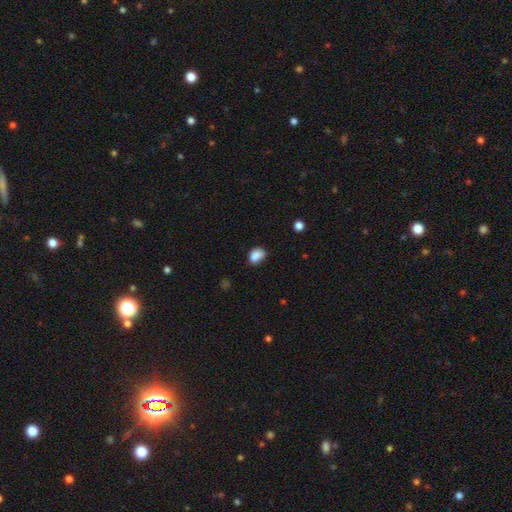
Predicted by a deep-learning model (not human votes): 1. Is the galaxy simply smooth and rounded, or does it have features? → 85% smooth, 10% star or artifact, 5% featured or disk.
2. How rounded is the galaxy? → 73% in between, 26% round, 1% cigar-shaped.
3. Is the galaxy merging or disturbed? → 58% none, 32% minor disturbance, 7% major disturbance, 3% merger.